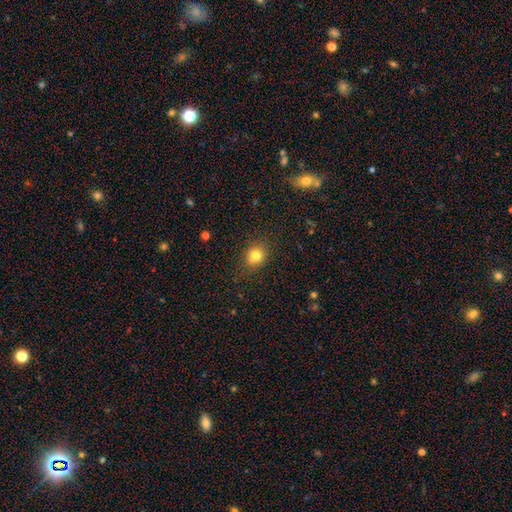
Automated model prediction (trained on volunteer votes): Q: Smooth or featured?
A: smooth (79%); runner-up: star or artifact (13%)
Q: How rounded?
A: round (64%); runner-up: in between (35%)
Q: Merging?
A: none (77%); runner-up: minor disturbance (16%)